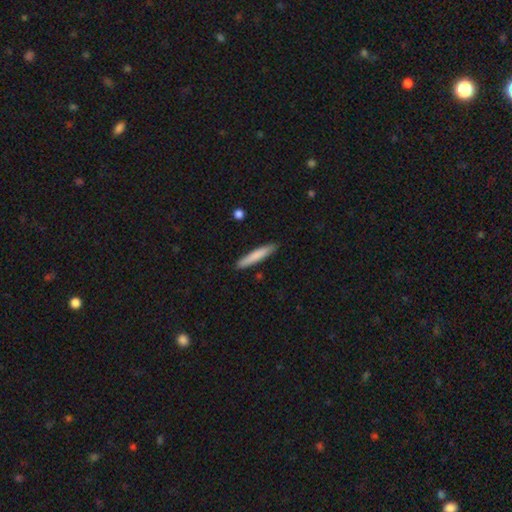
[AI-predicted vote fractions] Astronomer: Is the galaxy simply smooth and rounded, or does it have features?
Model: smooth — 79%.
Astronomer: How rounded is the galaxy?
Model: cigar-shaped — 92%.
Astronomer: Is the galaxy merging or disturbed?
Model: none — 88%.